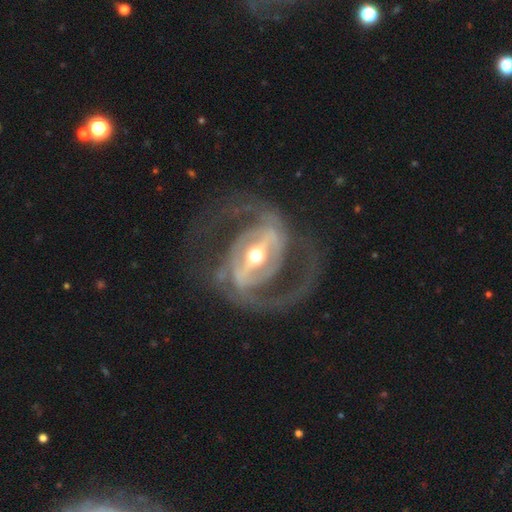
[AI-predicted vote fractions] Smooth or featured: featured or disk — 89% (smooth — 7%)
Edge-on disk: no — 94% (yes — 6%)
Bar: strong — 74% (weak — 18%)
Spiral arms: yes — 79% (no — 21%)
Spiral winding: medium — 47% (loose — 27%)
Spiral arm count: 2 — 80% (can't tell — 8%)
Bulge size: moderate — 69% (small — 21%)
Merging: none — 63% (major disturbance — 21%)